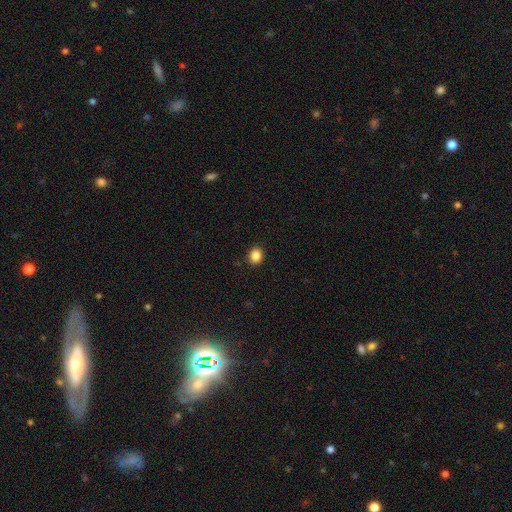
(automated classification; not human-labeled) Q: Smooth or featured?
A: smooth (86%); runner-up: star or artifact (10%)
Q: How rounded?
A: round (66%); runner-up: in between (33%)
Q: Merging?
A: none (90%); runner-up: minor disturbance (7%)